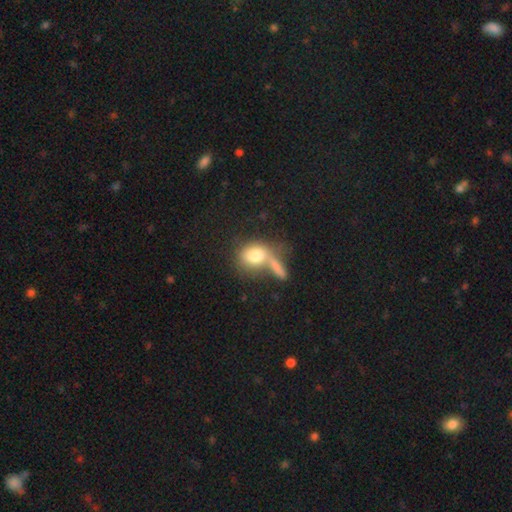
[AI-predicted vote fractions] smooth 76%, featured or disk 16%, star or artifact 8%. Down the decision tree: how rounded — in between (48%, tied with round); merging — merger (43%).